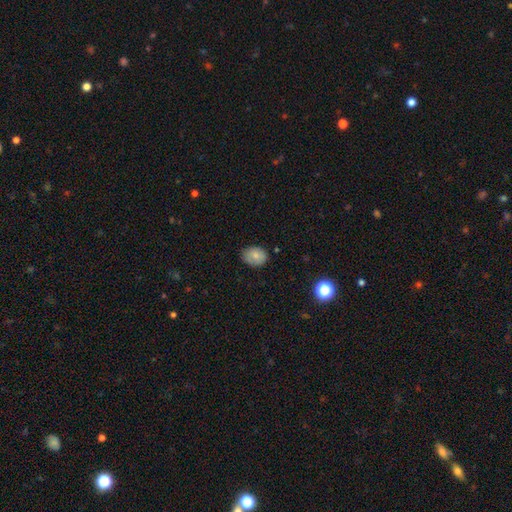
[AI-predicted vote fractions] Q: Smooth or featured?
A: smooth (79%); runner-up: featured or disk (12%)
Q: How rounded?
A: in between (62%); runner-up: round (37%)
Q: Merging?
A: none (78%); runner-up: minor disturbance (18%)